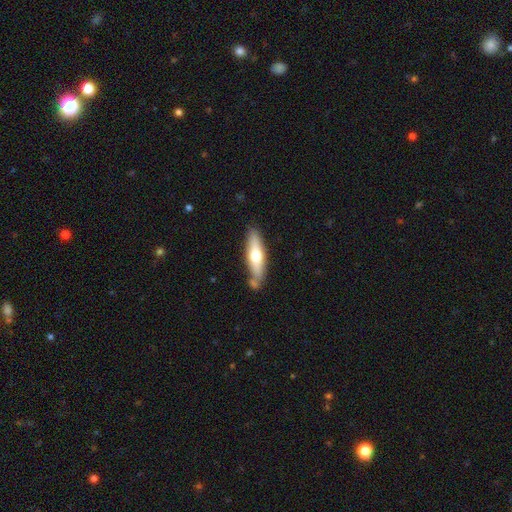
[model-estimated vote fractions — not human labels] The model was most divided on "smooth or featured": smooth: 54%, featured or disk: 41%, star or artifact: 5%. More confident: merging — none (71%); how rounded — cigar-shaped (70%).